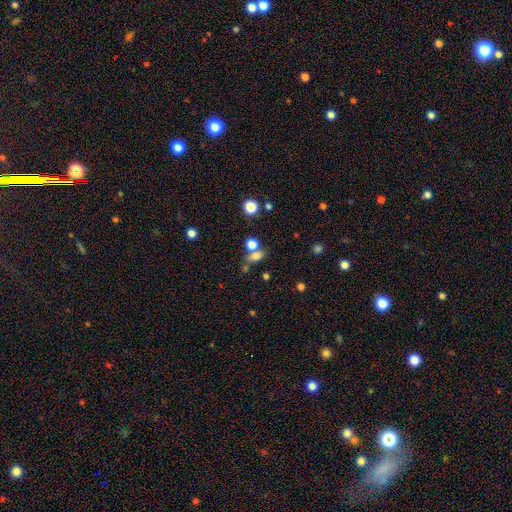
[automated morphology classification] type=smooth (74%); roundness=in between (68%); merging=none (55%).